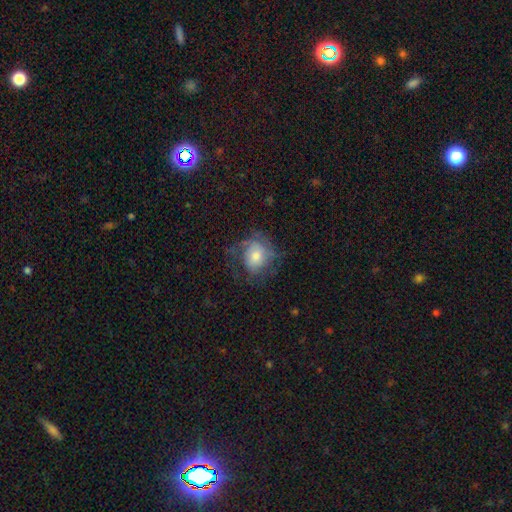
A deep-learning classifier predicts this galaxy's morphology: A featured or disk galaxy (49%). Merging: none (56%).